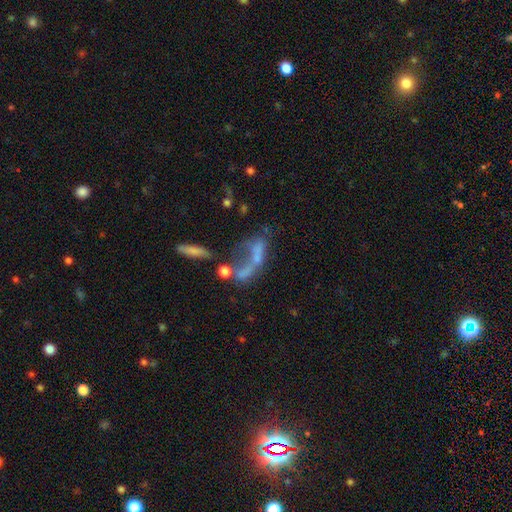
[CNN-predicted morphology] Smooth or featured? featured or disk (44%)
Merging? merger (44%)